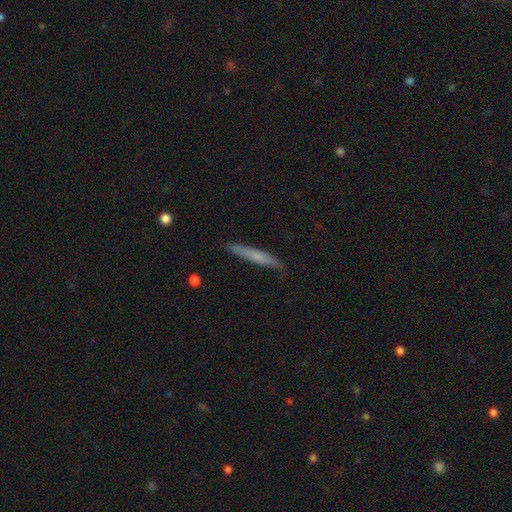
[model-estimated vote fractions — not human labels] Overall: smooth (62%; featured or disk 32%). How rounded: cigar-shaped (95%). Merging: none (88%).